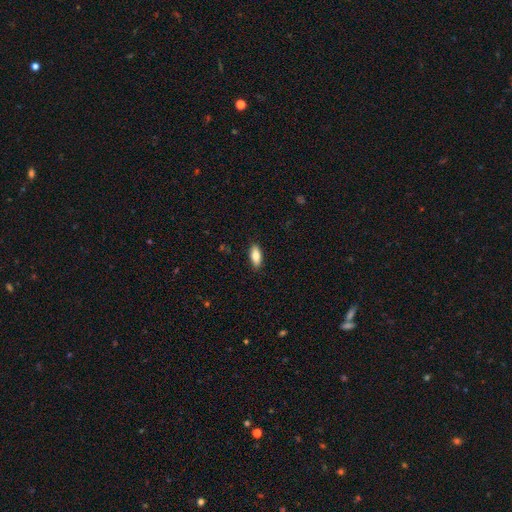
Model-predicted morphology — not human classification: A smooth galaxy with no disk features (81%) that is in between round and cigar-shaped (83%).

Vote fractions:
- Smooth or featured? smooth: 81% / featured or disk: 13% / star or artifact: 6%
- How rounded? in between: 83% / cigar-shaped: 15% / round: 2%
- Merging? none: 88% / minor disturbance: 9% / major disturbance: 2% / merger: 1%